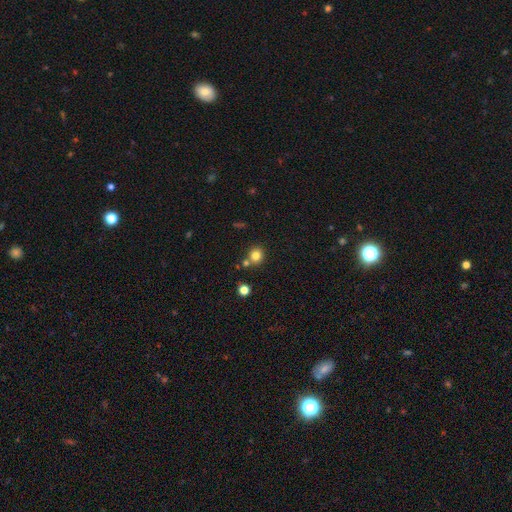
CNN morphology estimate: A smooth galaxy with no disk features (80%) that is round (86%).

Vote fractions:
- Smooth or featured? smooth: 80% / star or artifact: 13% / featured or disk: 7%
- How rounded? round: 86% / in between: 13% / cigar-shaped: 1%
- Merging? none: 72% / merger: 16% / minor disturbance: 9% / major disturbance: 3%